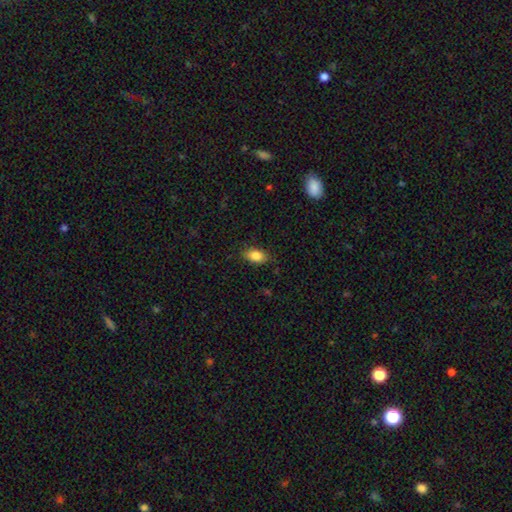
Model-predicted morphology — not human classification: Smooth or featured?
  - smooth: 86% *
  - star or artifact: 8%
  - featured or disk: 6%
How rounded?
  - in between: 88% *
  - round: 10%
  - cigar-shaped: 3%
Merging?
  - none: 85% *
  - minor disturbance: 12%
  - major disturbance: 3%
  - merger: 1%